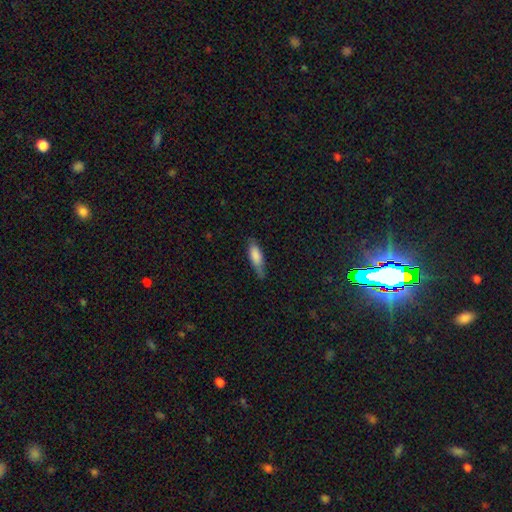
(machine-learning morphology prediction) Overall: smooth (80%). How rounded: in between (49%, tied with cigar-shaped). Merging: none (69%).